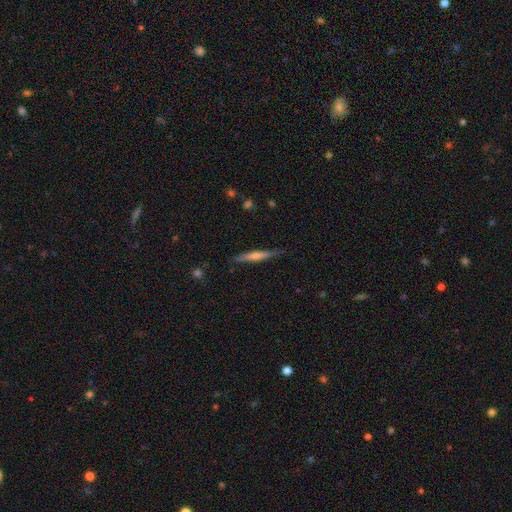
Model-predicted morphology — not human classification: The model was most divided on "smooth or featured": featured or disk: 60%, smooth: 33%, star or artifact: 6%. More confident: edge-on disk — yes (97%); merging — none (86%); edge-on bulge — rounded (57%).